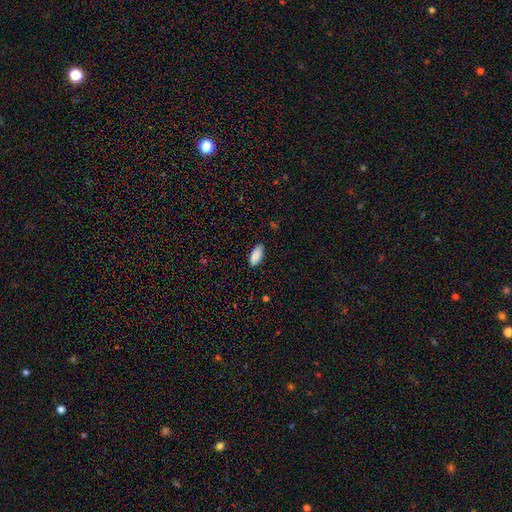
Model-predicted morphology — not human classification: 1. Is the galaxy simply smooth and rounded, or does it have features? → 89% smooth, 6% star or artifact, 4% featured or disk.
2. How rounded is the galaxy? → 91% in between, 7% cigar-shaped, 2% round.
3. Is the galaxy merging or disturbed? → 87% none, 10% minor disturbance, 2% major disturbance, 1% merger.